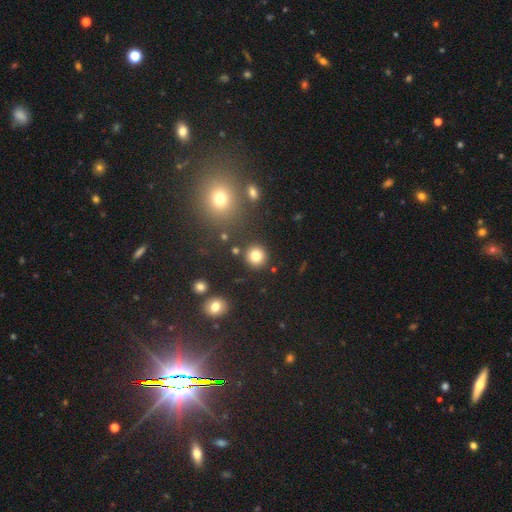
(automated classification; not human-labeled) smooth 83%, star or artifact 11%, featured or disk 6%. Down the decision tree: how rounded — round (92%); merging — none (87%).